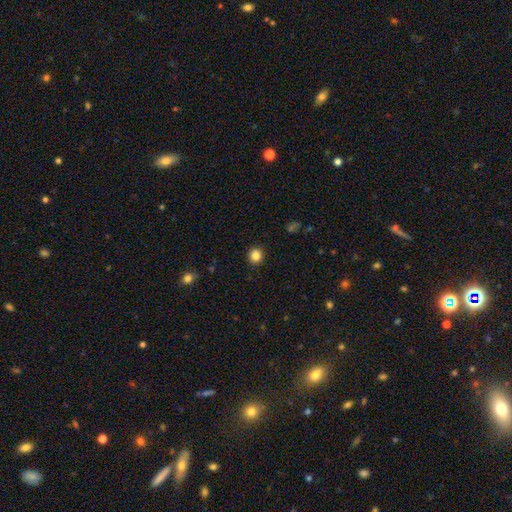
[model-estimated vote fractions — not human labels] Smooth or featured?
  - smooth: 85% *
  - star or artifact: 11%
  - featured or disk: 4%
How rounded?
  - round: 89% *
  - in between: 10%
  - cigar-shaped: 1%
Merging?
  - none: 92% *
  - minor disturbance: 5%
  - major disturbance: 2%
  - merger: 1%